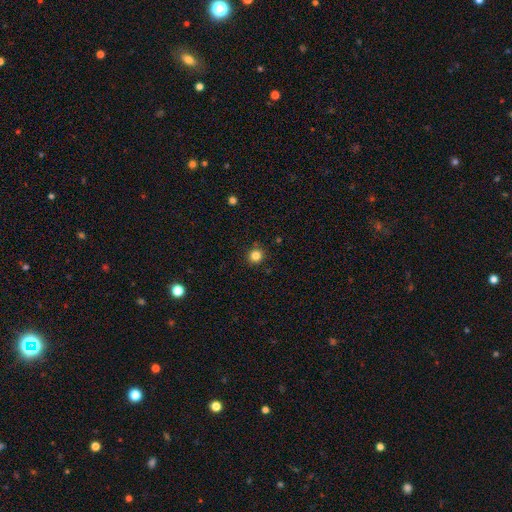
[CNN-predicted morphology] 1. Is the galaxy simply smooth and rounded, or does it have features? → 83% smooth, 12% star or artifact, 5% featured or disk.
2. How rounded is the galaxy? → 93% round, 6% in between, 1% cigar-shaped.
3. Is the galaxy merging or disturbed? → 89% none, 7% minor disturbance, 2% major disturbance, 2% merger.